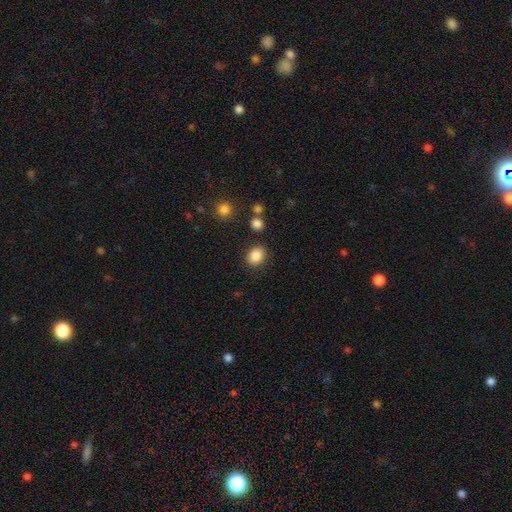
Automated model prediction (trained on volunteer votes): Overall: smooth (86%). How rounded: in between (51%; round 48%). Merging: none (85%).